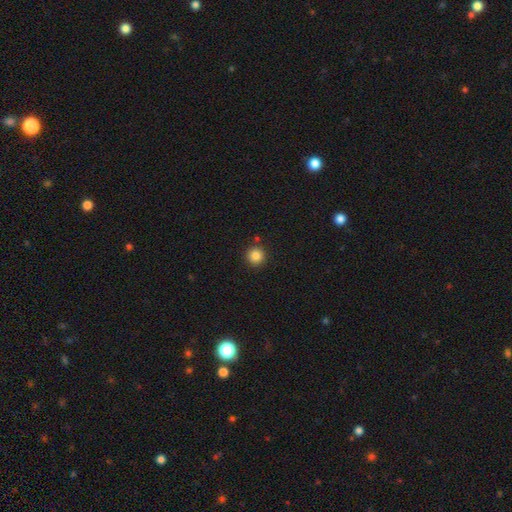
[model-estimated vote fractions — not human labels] Q: Smooth or featured?
A: smooth (85%); runner-up: star or artifact (11%)
Q: How rounded?
A: round (94%); runner-up: in between (5%)
Q: Merging?
A: none (87%); runner-up: minor disturbance (7%)